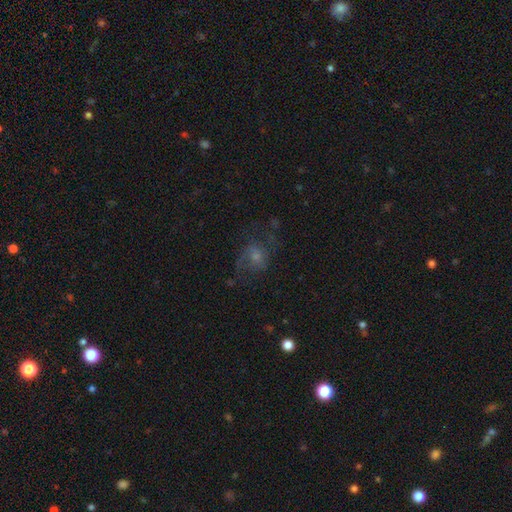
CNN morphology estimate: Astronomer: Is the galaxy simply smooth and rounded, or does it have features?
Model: featured or disk — 48% (runner-up: smooth, 30%).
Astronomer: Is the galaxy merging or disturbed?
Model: none — 55%.